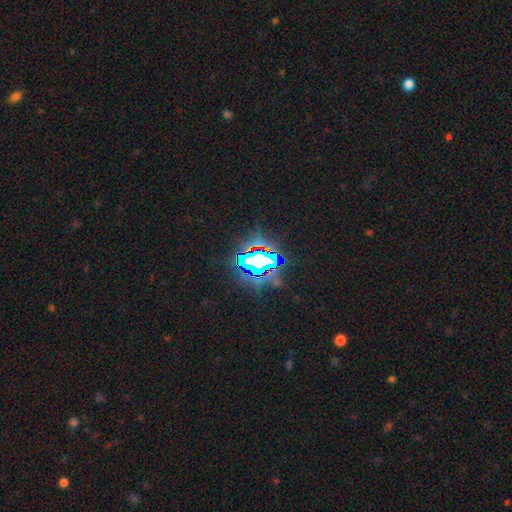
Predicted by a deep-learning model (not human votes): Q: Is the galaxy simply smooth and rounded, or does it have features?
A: star or artifact — 73%.